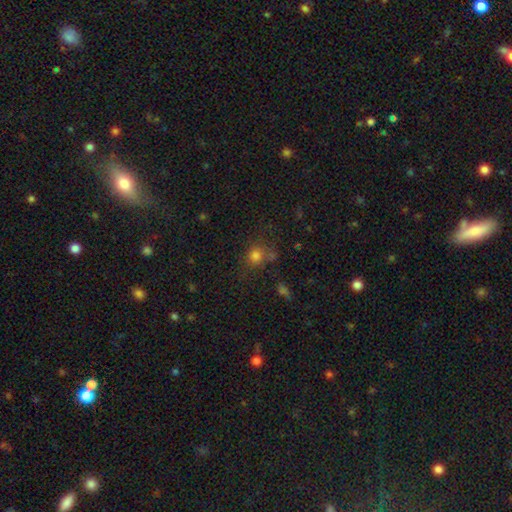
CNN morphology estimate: smooth_or_featured: smooth (p=0.76) [alt: star or artifact p=0.16]
how_rounded: round (p=0.83) [alt: in between p=0.16]
merging: none (p=0.64) [alt: minor disturbance p=0.16]